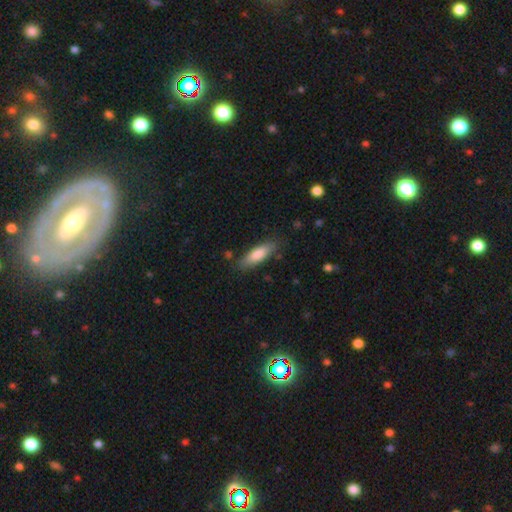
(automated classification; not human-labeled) Morphology: type=smooth (74%); roundness=cigar-shaped (54%); merging=none (82%).